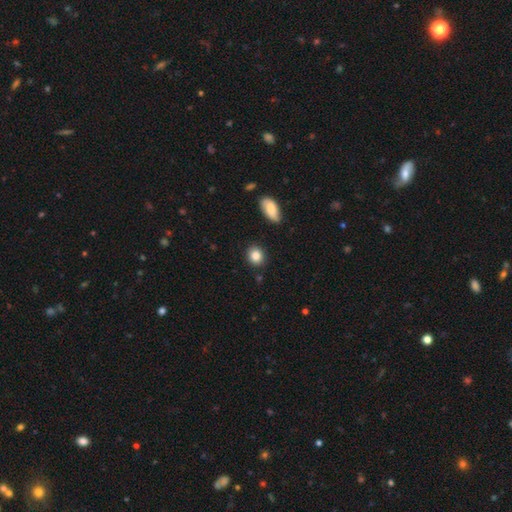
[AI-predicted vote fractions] Q: Smooth or featured?
A: smooth (86%); runner-up: star or artifact (9%)
Q: How rounded?
A: round (68%); runner-up: in between (31%)
Q: Merging?
A: none (86%); runner-up: minor disturbance (9%)